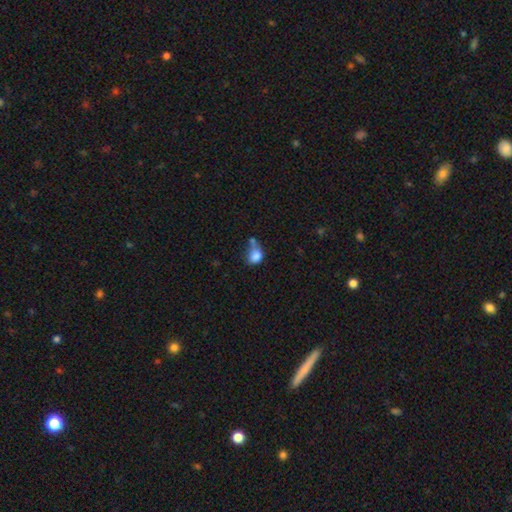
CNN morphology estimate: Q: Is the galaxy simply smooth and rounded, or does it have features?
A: smooth — 79%.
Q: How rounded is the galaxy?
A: in between — 57%.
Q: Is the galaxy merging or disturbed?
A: merger — 29%.